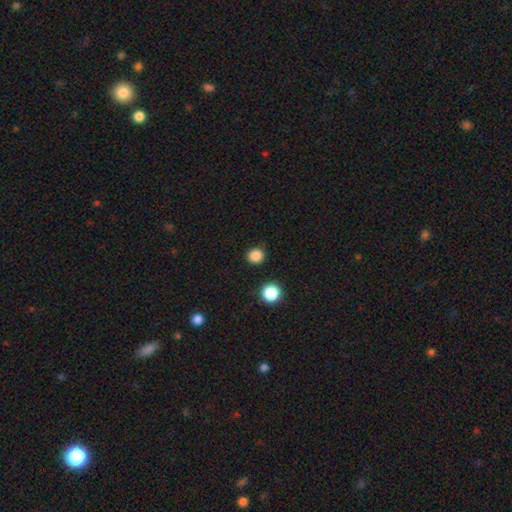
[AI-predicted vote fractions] This is clearly a smooth galaxy (85%). How rounded: clearly round (91%). Merging: clearly none (90%).